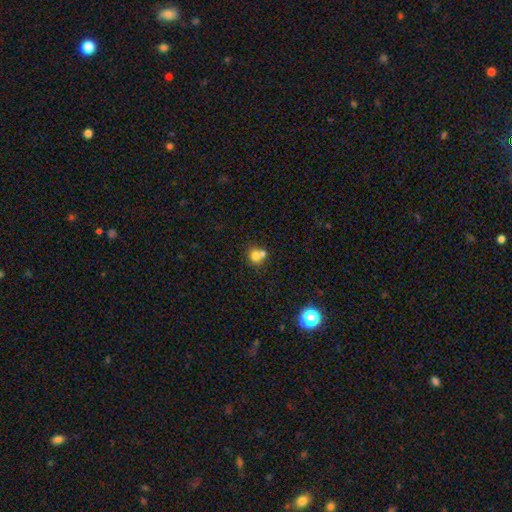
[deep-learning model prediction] This is likely a smooth galaxy (74%). How rounded: clearly round (82%). Merging: possibly merger (49%).